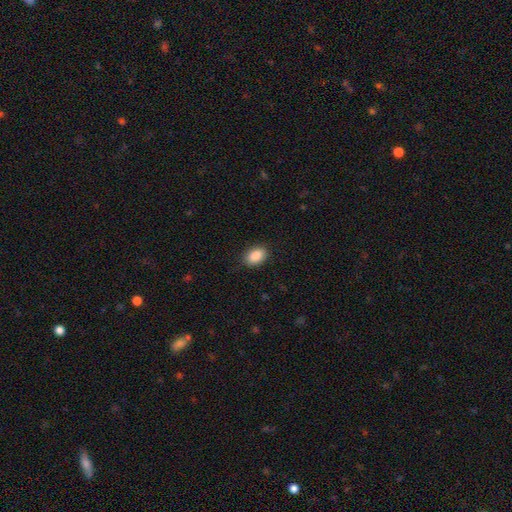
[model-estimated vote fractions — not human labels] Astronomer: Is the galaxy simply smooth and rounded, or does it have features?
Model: smooth — 89%.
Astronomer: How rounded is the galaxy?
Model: in between — 88%.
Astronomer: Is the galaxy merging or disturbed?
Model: none — 88%.